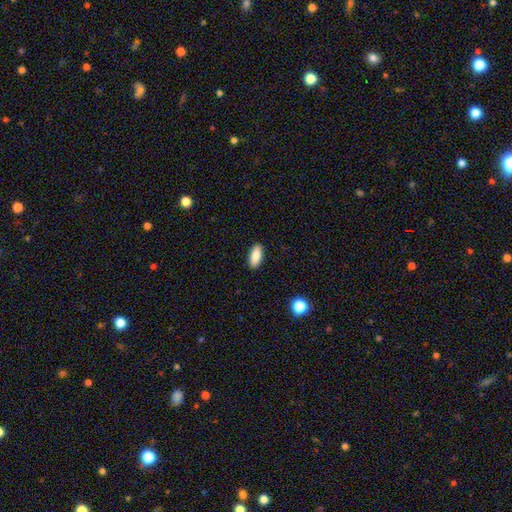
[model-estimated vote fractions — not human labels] This appears to be a smooth galaxy with no disk features (86%) that is in between round and cigar-shaped (88%). Merging: none (90%).